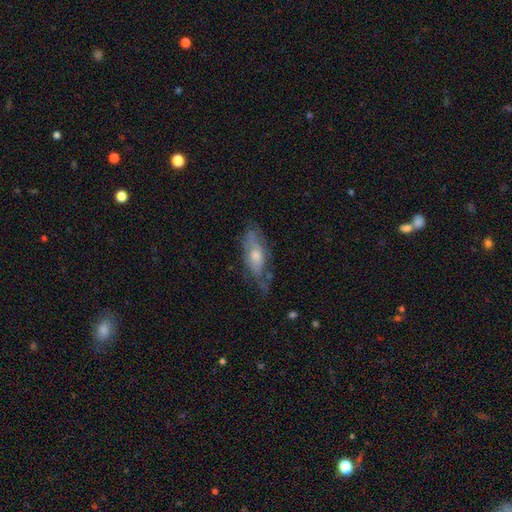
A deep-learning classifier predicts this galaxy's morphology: Smooth or featured? featured or disk (50%)
Merging? none (51%)